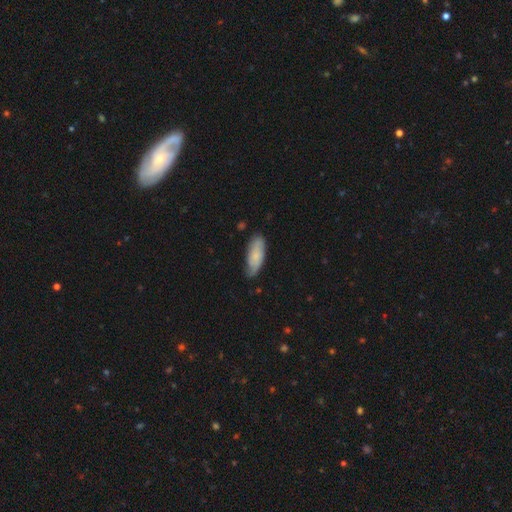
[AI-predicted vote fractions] Overall: smooth (65%; featured or disk 29%). How rounded: in between (73%). Merging: none (69%).